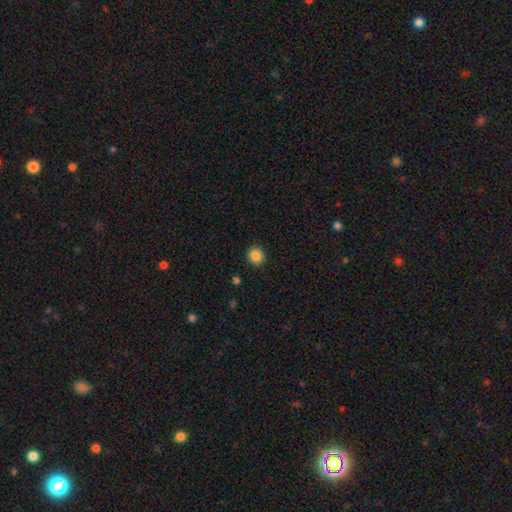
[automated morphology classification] A smooth galaxy with no disk features (86%) that is round (88%). Merging: none (91%).